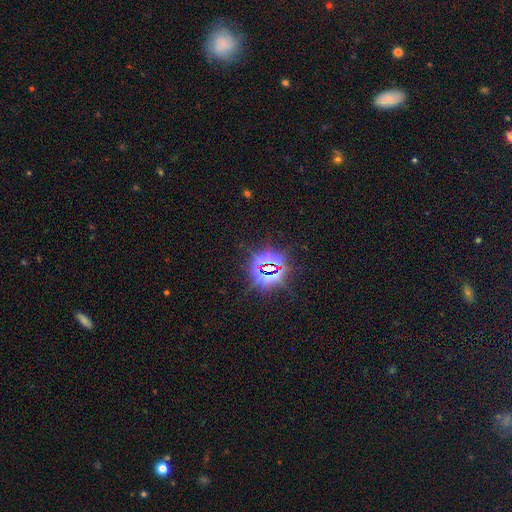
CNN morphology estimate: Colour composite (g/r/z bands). It shows a star or artifact, not a galaxy (84%).